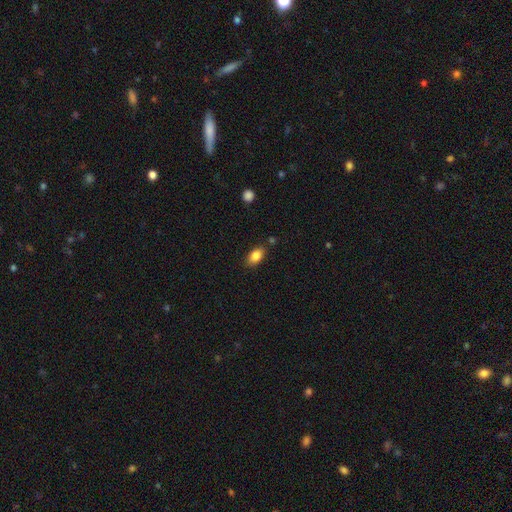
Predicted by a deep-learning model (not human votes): This appears to be a smooth galaxy with no disk features (84%) that is in between round and cigar-shaped (88%). Merging: none (81%).